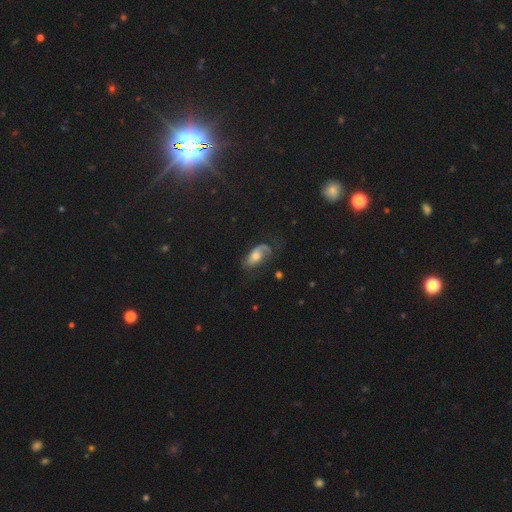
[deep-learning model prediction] Q: Smooth or featured?
A: featured or disk (61%); runner-up: smooth (31%)
Q: Edge-on disk?
A: no (93%); runner-up: yes (7%)
Q: Bar?
A: no (66%); runner-up: weak (27%)
Q: Spiral arms?
A: yes (86%); runner-up: no (14%)
Q: Bulge size?
A: moderate (57%); runner-up: small (21%)
Q: Merging?
A: none (46%); runner-up: major disturbance (26%)